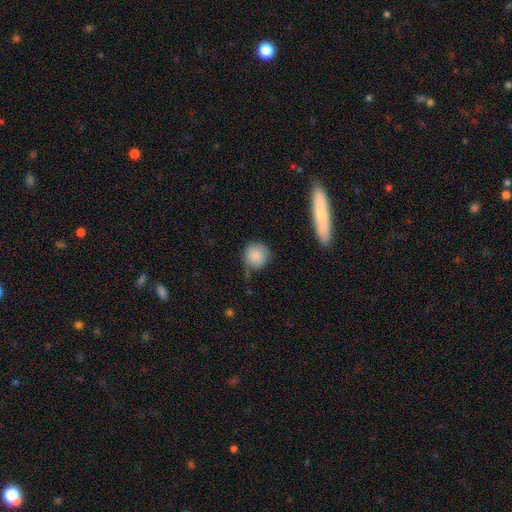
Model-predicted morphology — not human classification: This is clearly a smooth galaxy (87%). How rounded: clearly round (90%). Merging: likely none (65%).